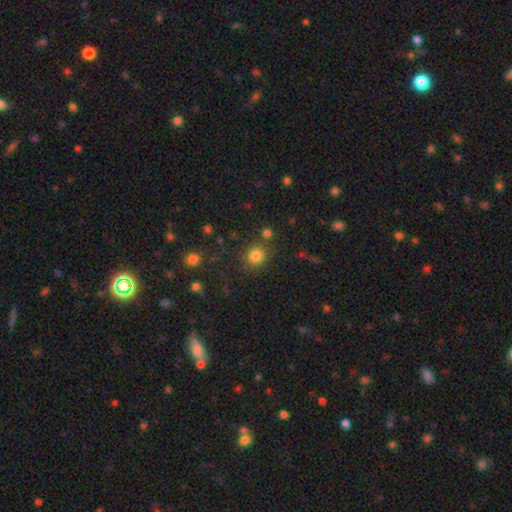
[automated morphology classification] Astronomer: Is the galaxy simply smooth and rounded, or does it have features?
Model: smooth — 80%.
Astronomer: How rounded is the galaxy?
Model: round — 86%.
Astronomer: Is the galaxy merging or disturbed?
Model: none — 76%.